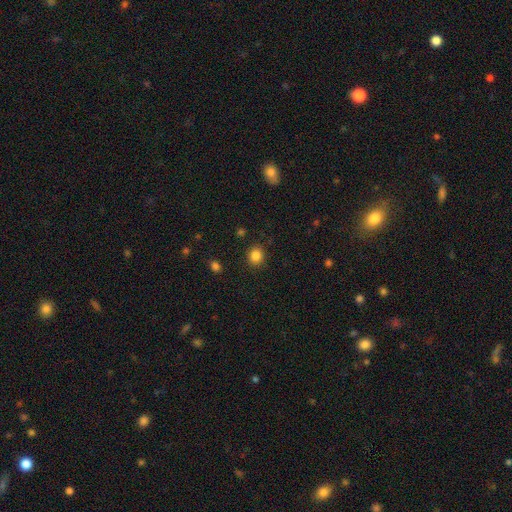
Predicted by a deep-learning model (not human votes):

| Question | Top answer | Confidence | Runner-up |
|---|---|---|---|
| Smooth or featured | smooth | 85% | star or artifact (11%) |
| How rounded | round | 79% | in between (20%) |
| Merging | none | 89% | minor disturbance (7%) |